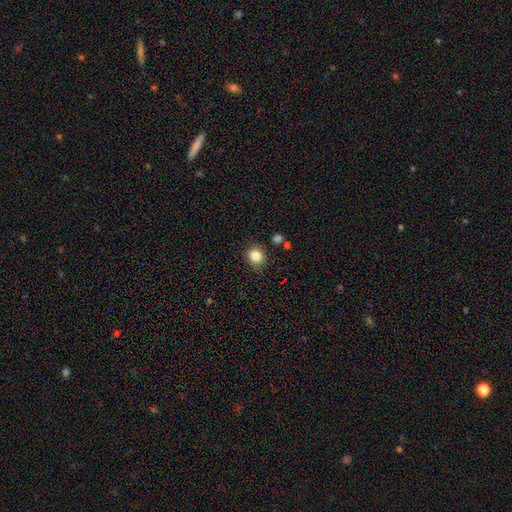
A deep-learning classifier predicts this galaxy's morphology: A smooth galaxy with no disk features (85%) that is round (75%).

Vote fractions:
- Smooth or featured? smooth: 85% / star or artifact: 10% / featured or disk: 5%
- How rounded? round: 75% / in between: 24% / cigar-shaped: 1%
- Merging? none: 83% / minor disturbance: 11% / merger: 3% / major disturbance: 3%